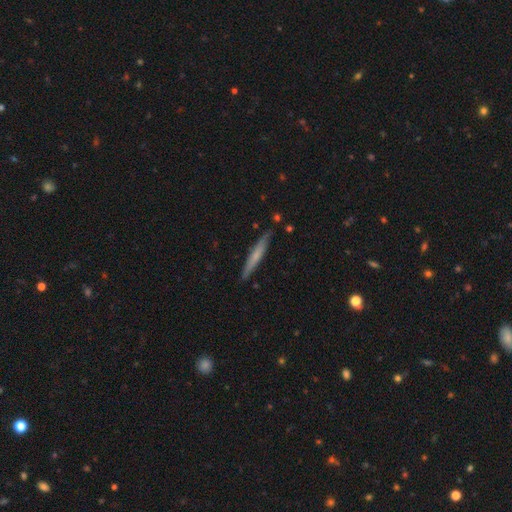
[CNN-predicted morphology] This is possibly a smooth galaxy (55%). How rounded: clearly cigar-shaped (95%). Merging: clearly none (87%).